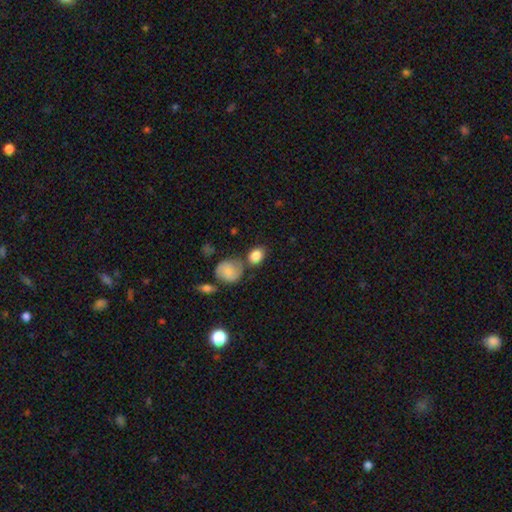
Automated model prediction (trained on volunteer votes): Overall: smooth (84%). How rounded: in between (56%; round 42%). Merging: none (60%).